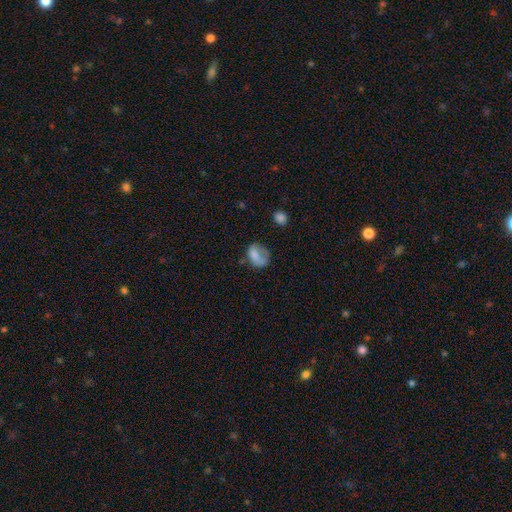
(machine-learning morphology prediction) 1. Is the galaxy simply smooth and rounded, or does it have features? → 70% smooth, 20% featured or disk, 10% star or artifact.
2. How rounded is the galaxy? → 70% in between, 29% round, 1% cigar-shaped.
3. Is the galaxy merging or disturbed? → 36% none, 30% minor disturbance, 29% major disturbance, 5% merger.